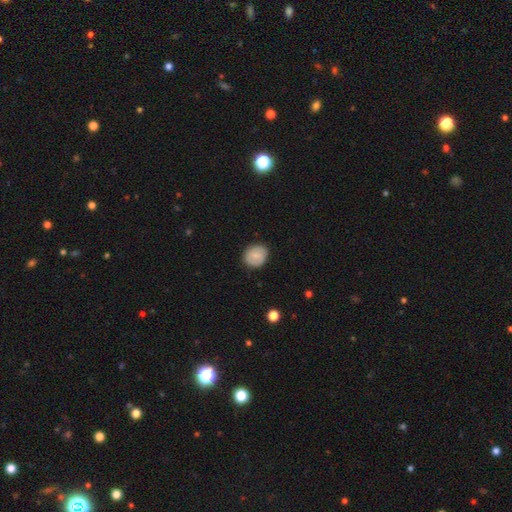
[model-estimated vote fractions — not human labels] Q: Smooth or featured?
A: smooth (72%); runner-up: featured or disk (21%)
Q: How rounded?
A: round (71%); runner-up: in between (28%)
Q: Merging?
A: none (84%); runner-up: minor disturbance (12%)